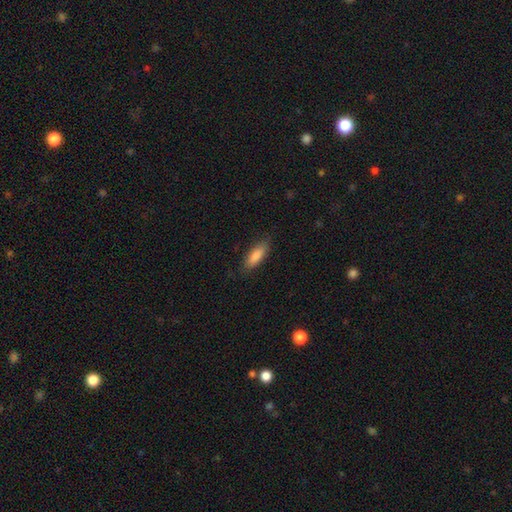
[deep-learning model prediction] The model was most divided on "how rounded": in between: 58%, cigar-shaped: 40%, round: 2%. More confident: merging — none (84%); smooth or featured — smooth (83%).